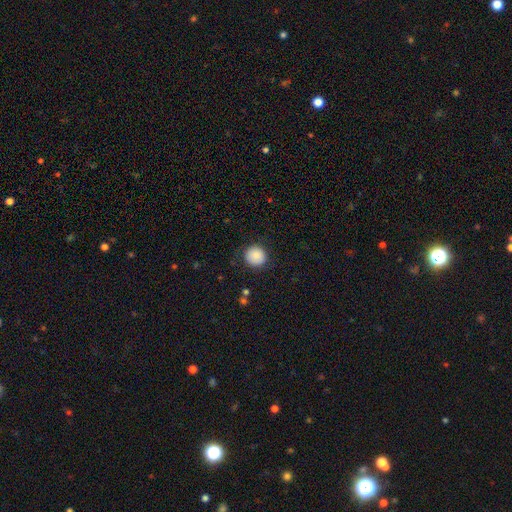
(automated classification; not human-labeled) This appears to be a smooth galaxy with no disk features (87%) that is round (92%). Merging: none (86%).